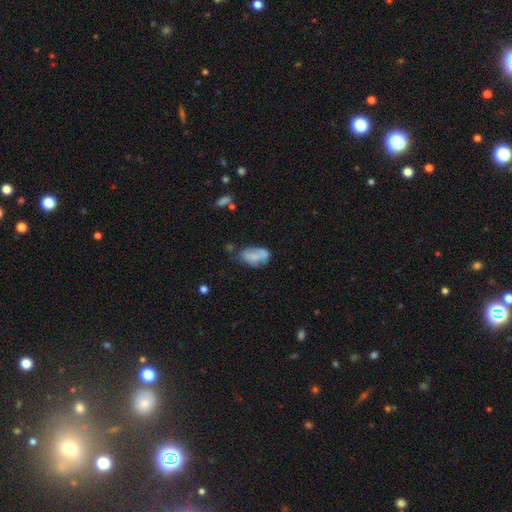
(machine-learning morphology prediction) Overall: smooth (63%; featured or disk 29%). How rounded: in between (91%). Merging: none (45%; minor disturbance 32%).